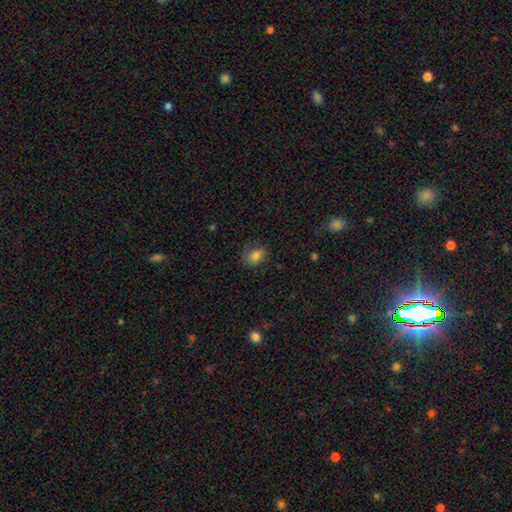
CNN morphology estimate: Q: Smooth or featured?
A: smooth (76%); runner-up: featured or disk (13%)
Q: How rounded?
A: in between (63%); runner-up: round (36%)
Q: Merging?
A: none (70%); runner-up: minor disturbance (21%)